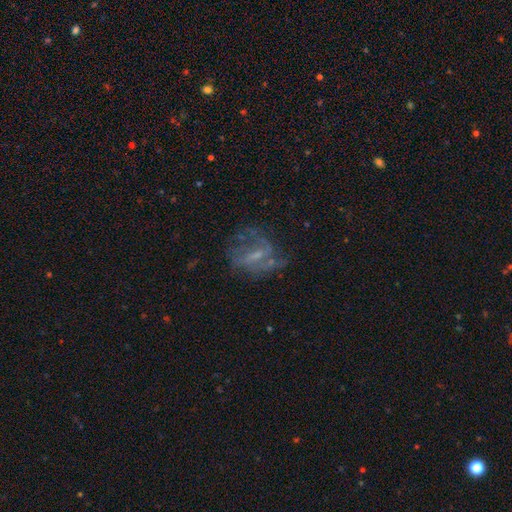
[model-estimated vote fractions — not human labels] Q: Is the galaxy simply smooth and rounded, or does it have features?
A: featured or disk — 70%.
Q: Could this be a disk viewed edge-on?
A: no — 96%.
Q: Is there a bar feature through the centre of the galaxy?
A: weak — 51%.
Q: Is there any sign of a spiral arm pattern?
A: yes — 71%.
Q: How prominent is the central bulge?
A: small — 54%.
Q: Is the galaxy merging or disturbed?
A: none — 51%.